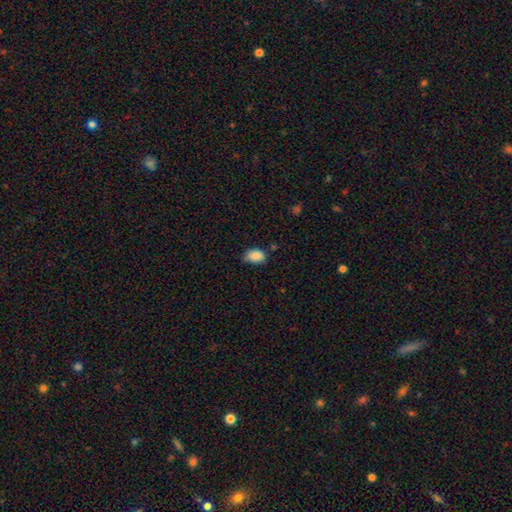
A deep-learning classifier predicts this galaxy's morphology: smooth 87%, star or artifact 9%, featured or disk 4%. Down the decision tree: how rounded — in between (79%); merging — none (62%).